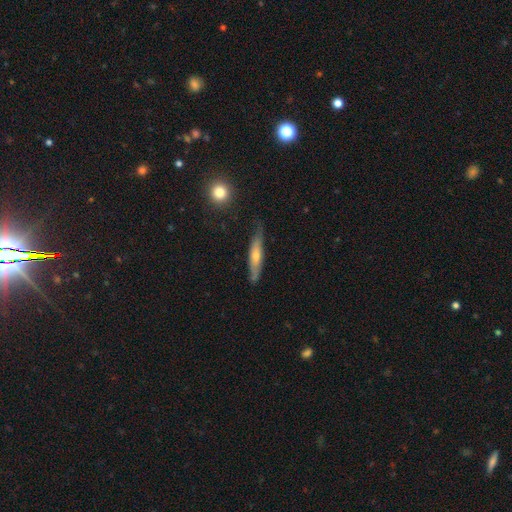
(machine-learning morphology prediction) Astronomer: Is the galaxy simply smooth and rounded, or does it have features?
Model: featured or disk — 47% (runner-up: smooth, 46%).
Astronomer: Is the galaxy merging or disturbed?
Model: none — 73%.